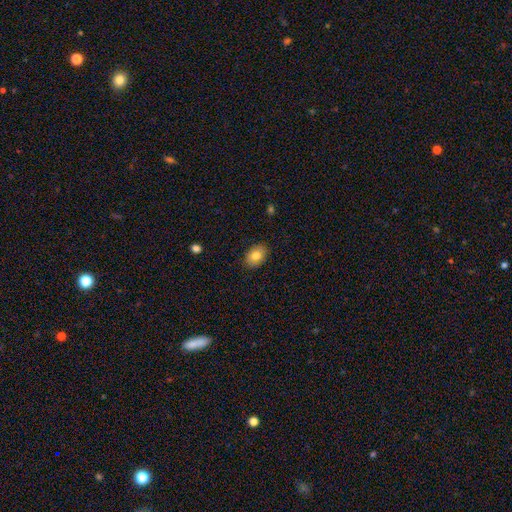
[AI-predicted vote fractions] A smooth galaxy with no disk features (82%) that is in between round and cigar-shaped (80%).

Vote fractions:
- Smooth or featured? smooth: 82% / featured or disk: 10% / star or artifact: 8%
- How rounded? in between: 80% / round: 19% / cigar-shaped: 1%
- Merging? none: 87% / minor disturbance: 10% / major disturbance: 2% / merger: 1%